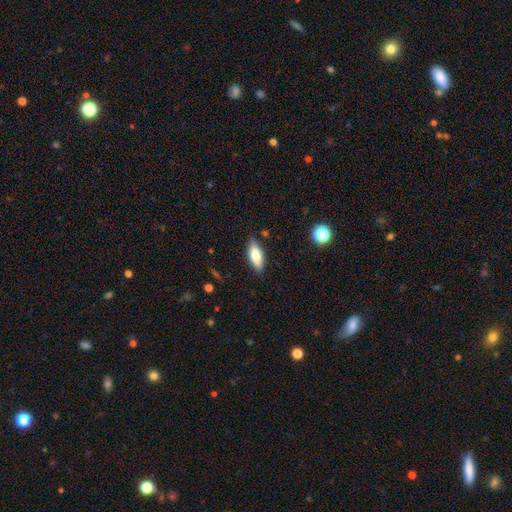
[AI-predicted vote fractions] smooth 71%, featured or disk 22%, star or artifact 7%. Down the decision tree: how rounded — in between (71%); merging — none (85%).